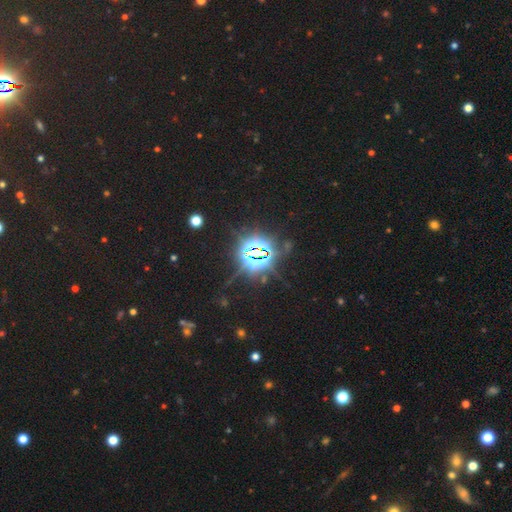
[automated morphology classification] Q: Smooth or featured?
A: star or artifact (85%); runner-up: smooth (7%)